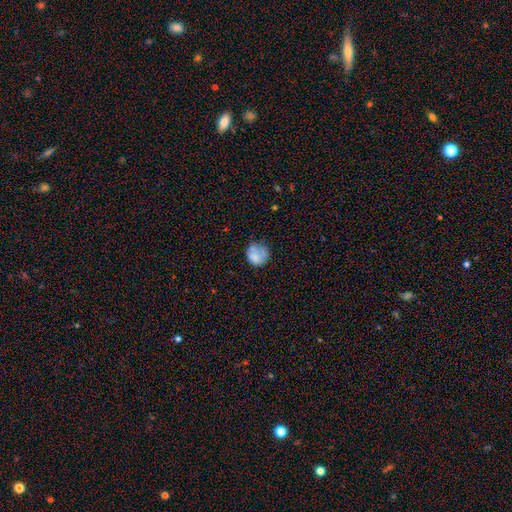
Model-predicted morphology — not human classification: A smooth galaxy with no disk features (70%) that is round (78%).

Vote fractions:
- Smooth or featured? smooth: 70% / featured or disk: 20% / star or artifact: 10%
- How rounded? round: 78% / in between: 21% / cigar-shaped: 1%
- Merging? none: 55% / minor disturbance: 27% / major disturbance: 13% / merger: 5%